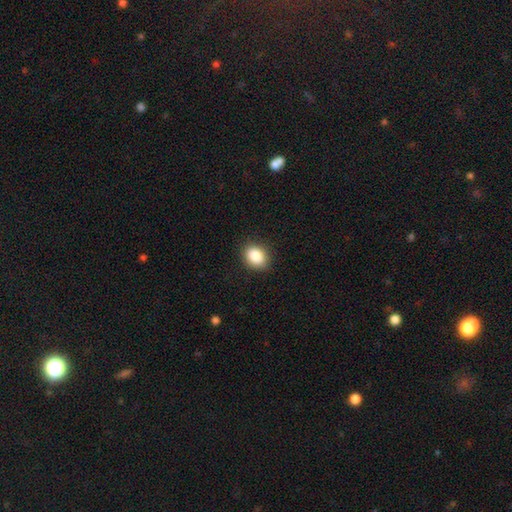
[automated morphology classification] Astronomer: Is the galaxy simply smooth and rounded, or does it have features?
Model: smooth — 87%.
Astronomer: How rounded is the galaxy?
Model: in between — 57% (runner-up: round, 42%).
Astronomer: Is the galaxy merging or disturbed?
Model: none — 88%.